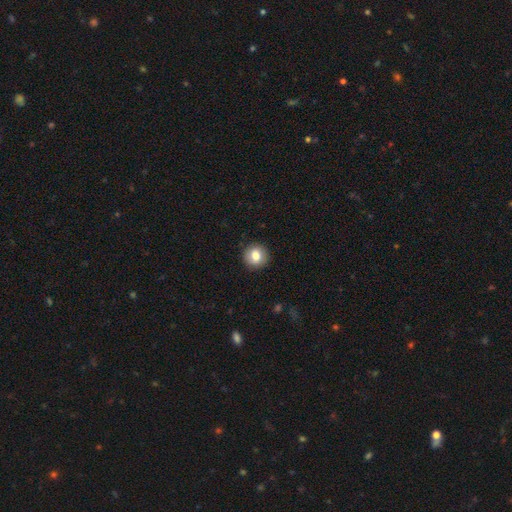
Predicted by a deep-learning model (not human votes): smooth_or_featured: smooth (p=0.80) [alt: featured or disk p=0.12]
how_rounded: round (p=0.90) [alt: in between p=0.09]
merging: none (p=0.90) [alt: minor disturbance p=0.07]